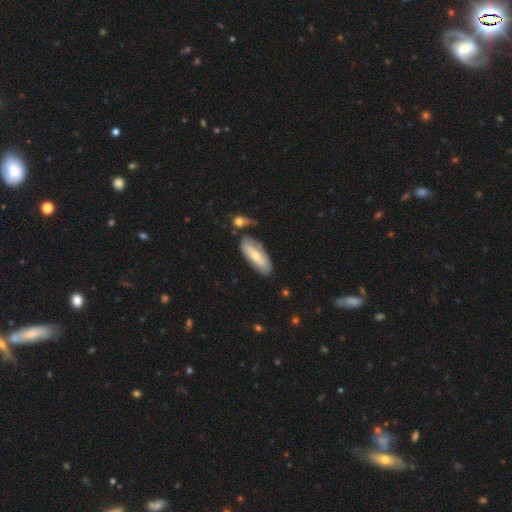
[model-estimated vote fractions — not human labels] A smooth galaxy with no disk features (50%). Merging: none (61%).